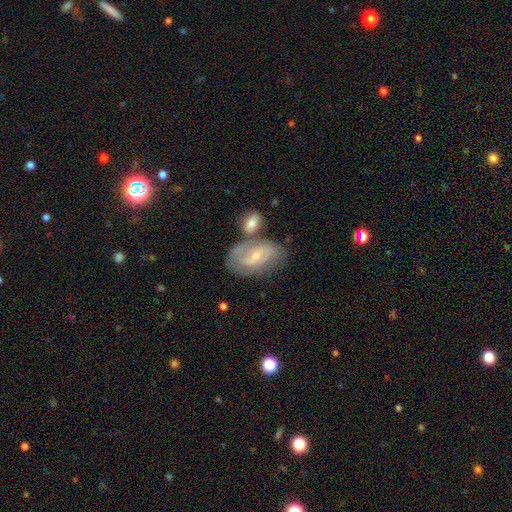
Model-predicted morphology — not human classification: Q: Smooth or featured?
A: featured or disk (70%); runner-up: smooth (23%)
Q: Edge-on disk?
A: no (95%); runner-up: yes (5%)
Q: Bar?
A: weak (47%); runner-up: no (35%)
Q: Spiral arms?
A: yes (81%); runner-up: no (19%)
Q: Spiral winding?
A: medium (43%); runner-up: tight (38%)
Q: Spiral arm count?
A: 2 (59%); runner-up: can't tell (28%)
Q: Bulge size?
A: small (71%); runner-up: moderate (25%)
Q: Merging?
A: none (48%); runner-up: merger (25%)